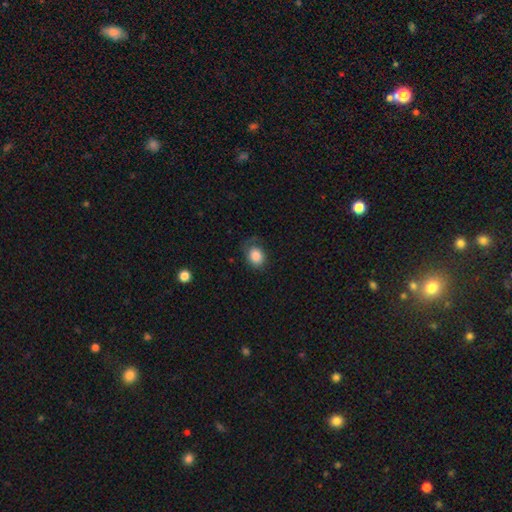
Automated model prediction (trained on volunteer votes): Smooth or featured: smooth — 84% (star or artifact — 9%)
How rounded: round — 53% (in between — 46%)
Merging: none — 62% (minor disturbance — 25%)